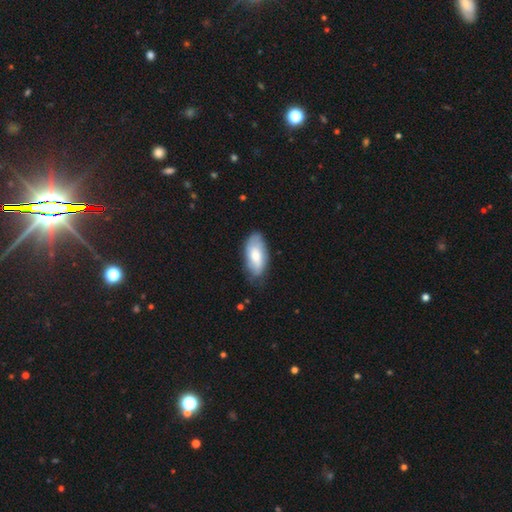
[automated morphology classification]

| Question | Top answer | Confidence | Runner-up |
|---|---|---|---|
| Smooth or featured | smooth | 66% | featured or disk (28%) |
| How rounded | in between | 91% | cigar-shaped (6%) |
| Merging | none | 66% | minor disturbance (27%) |